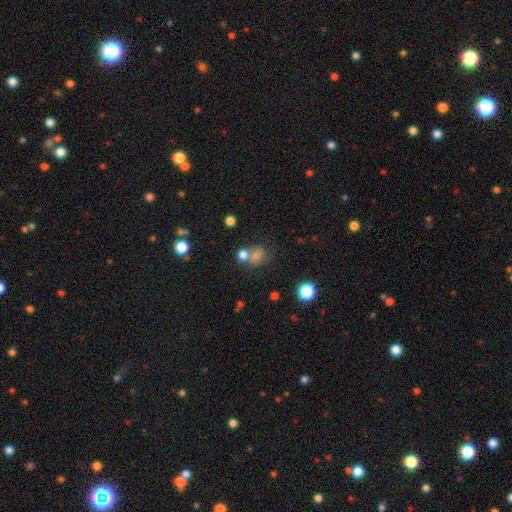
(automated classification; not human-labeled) smooth 60%, star or artifact 24%, featured or disk 17%. Down the decision tree: how rounded — round (66%); merging — none (49%).